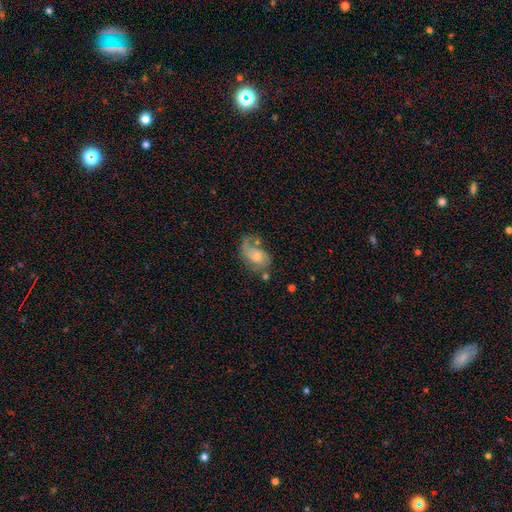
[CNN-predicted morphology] smooth_or_featured: featured or disk (p=0.54) [alt: smooth p=0.39]
disk_edge_on: no (p=0.96) [alt: yes p=0.04]
bar: no (p=0.74) [alt: weak p=0.22]
has_spiral_arms: yes (p=0.74) [alt: no p=0.26]
bulge_size: moderate (p=0.45) [tied with: small p=0.45]
merging: none (p=0.34) [alt: major disturbance p=0.27]